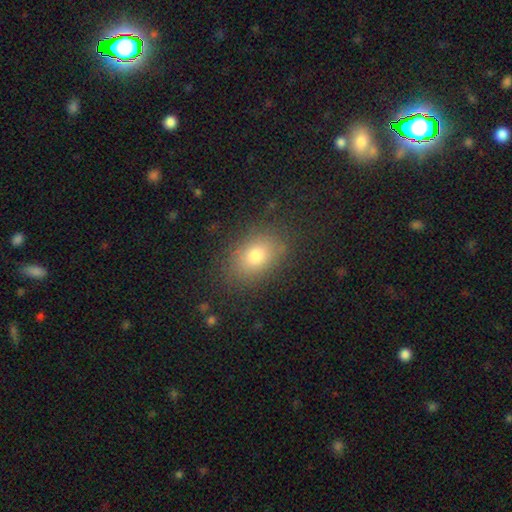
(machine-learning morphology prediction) smooth_or_featured: smooth (p=0.79) [alt: featured or disk p=0.11]
how_rounded: in between (p=0.79) [alt: round p=0.20]
merging: none (p=0.82) [alt: minor disturbance p=0.12]